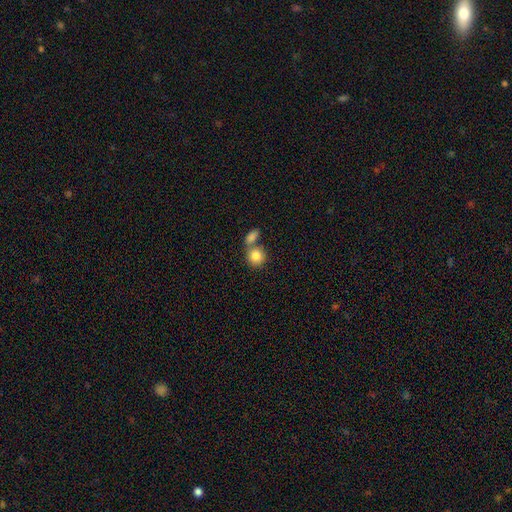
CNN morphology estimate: The model was most divided on "merging": none: 47%, merger: 41%, minor disturbance: 9%, major disturbance: 3%. More confident: smooth or featured — smooth (84%); how rounded — round (80%).